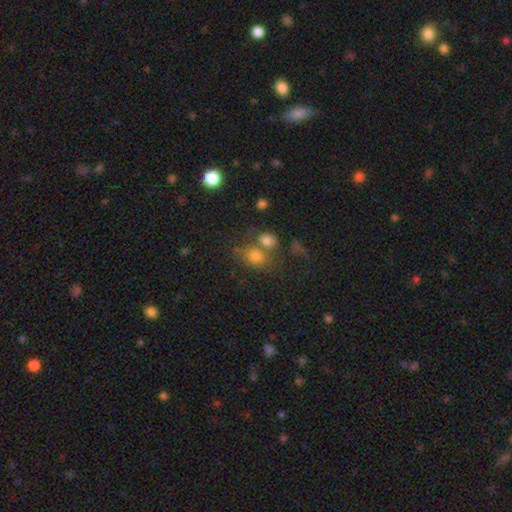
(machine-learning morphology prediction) Smooth or featured: smooth — 73% (star or artifact — 16%)
How rounded: in between — 52% (round — 46%)
Merging: none — 50% (merger — 31%)